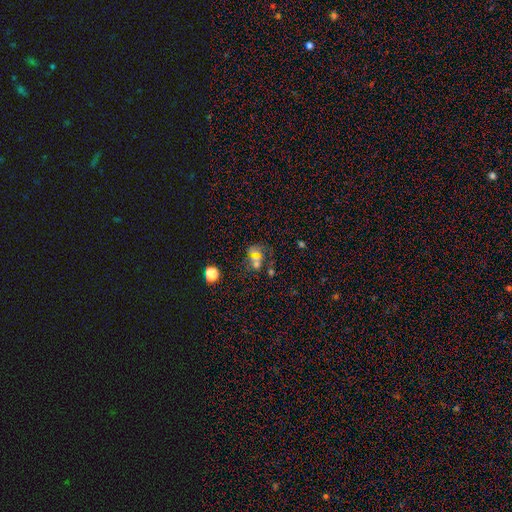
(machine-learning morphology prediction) Smooth or featured? Predicted: smooth (p=0.40). Merging? Predicted: none (p=0.47).